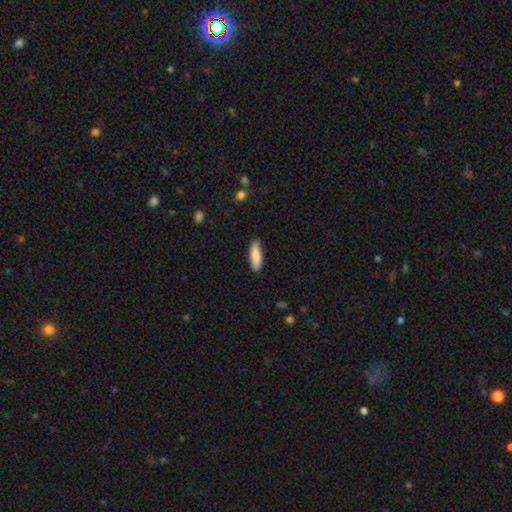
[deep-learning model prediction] Smooth or featured? Predicted: smooth (p=0.85). How rounded? Predicted: cigar-shaped (p=0.56). Merging? Predicted: none (p=0.87).